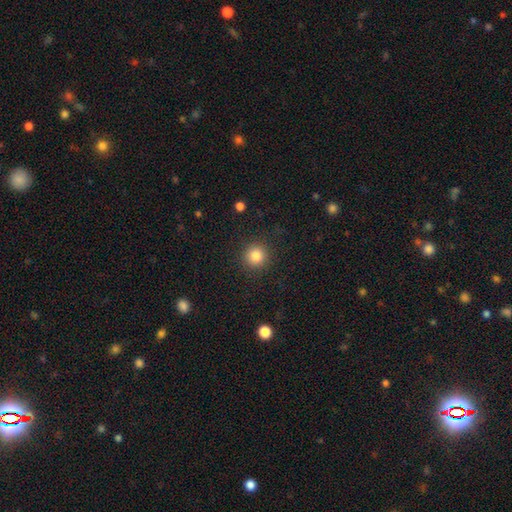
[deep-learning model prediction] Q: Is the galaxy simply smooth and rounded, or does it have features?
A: smooth — 84%.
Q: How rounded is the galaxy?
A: round — 93%.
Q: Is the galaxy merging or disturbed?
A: none — 90%.